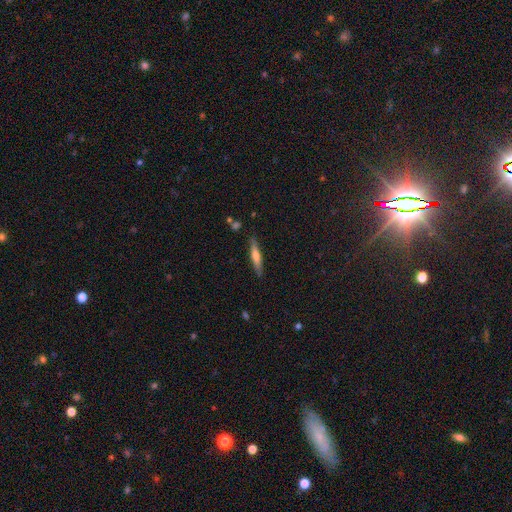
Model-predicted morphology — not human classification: smooth_or_featured: smooth (p=0.49) [alt: featured or disk p=0.45]
merging: none (p=0.87) [alt: minor disturbance p=0.10]